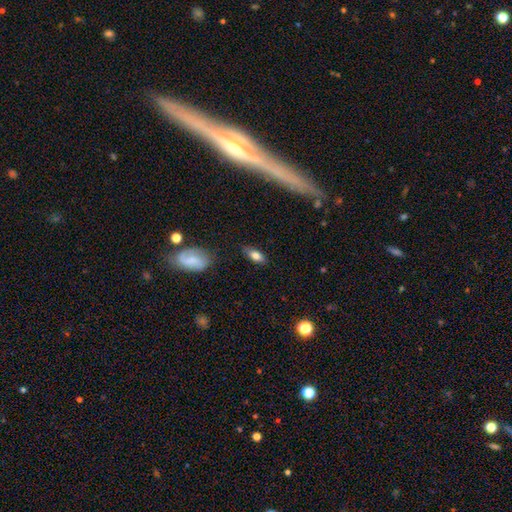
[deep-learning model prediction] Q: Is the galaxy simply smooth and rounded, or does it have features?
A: smooth — 77%.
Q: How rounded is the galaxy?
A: in between — 84%.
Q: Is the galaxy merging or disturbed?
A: none — 80%.